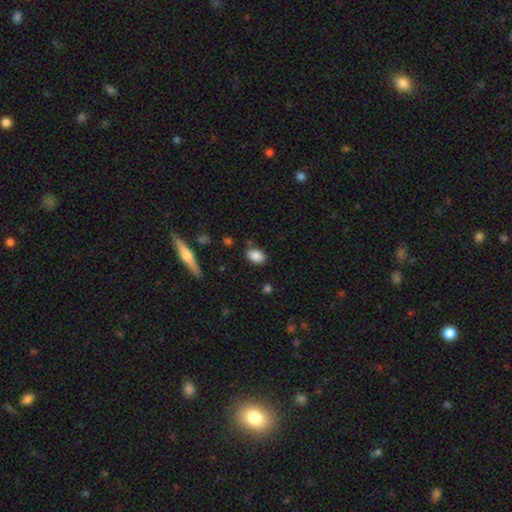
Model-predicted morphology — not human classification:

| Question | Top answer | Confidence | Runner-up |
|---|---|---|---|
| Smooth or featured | smooth | 86% | star or artifact (8%) |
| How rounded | in between | 84% | round (14%) |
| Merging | none | 80% | minor disturbance (14%) |